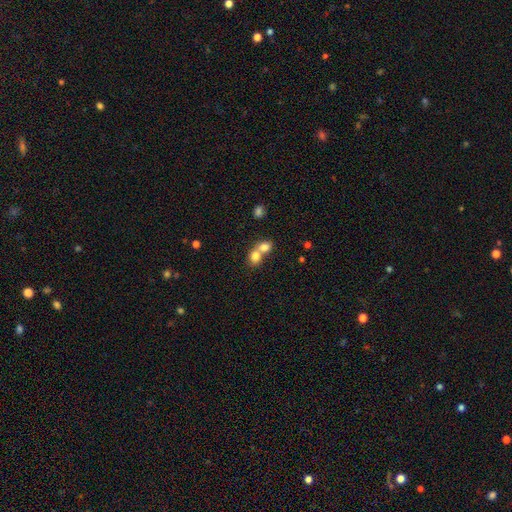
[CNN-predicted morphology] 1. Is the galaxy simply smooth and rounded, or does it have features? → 78% smooth, 12% featured or disk, 10% star or artifact.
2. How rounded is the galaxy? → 62% round, 37% in between, 1% cigar-shaped.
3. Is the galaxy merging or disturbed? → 69% merger, 24% none, 5% minor disturbance, 2% major disturbance.